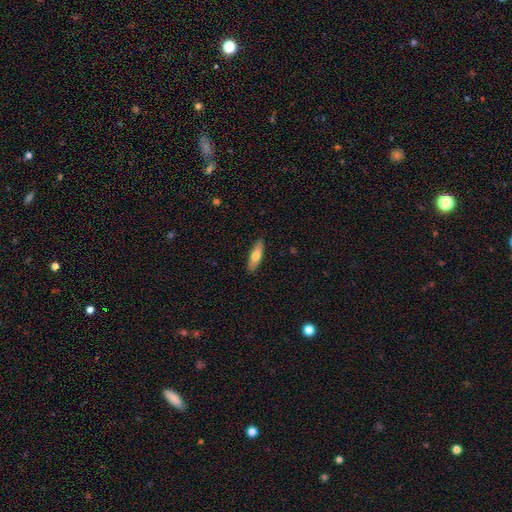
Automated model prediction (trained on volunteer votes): smooth 71%, featured or disk 23%, star or artifact 6%. Down the decision tree: how rounded — cigar-shaped (51%); merging — none (89%).